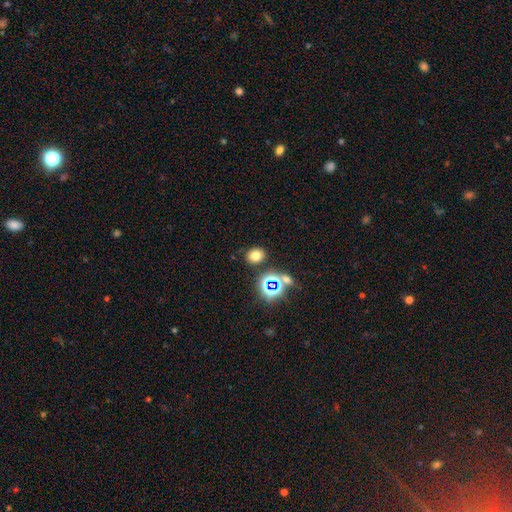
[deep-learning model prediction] Smooth or featured? Predicted: smooth (p=0.70). How rounded? Predicted: round (p=0.61). Merging? Predicted: none (p=0.83).